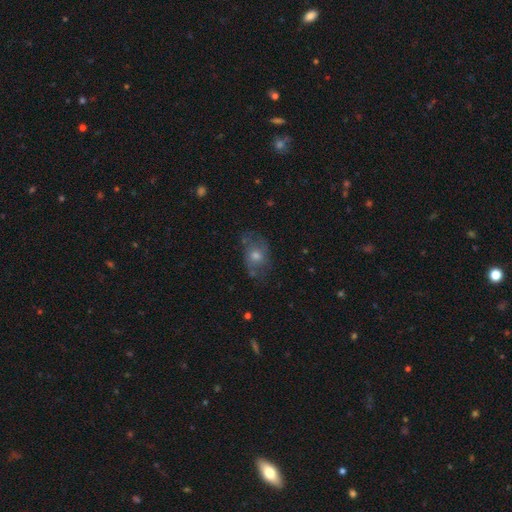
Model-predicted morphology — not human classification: This is marginally a smooth galaxy (44%). Merging: likely none (62%).